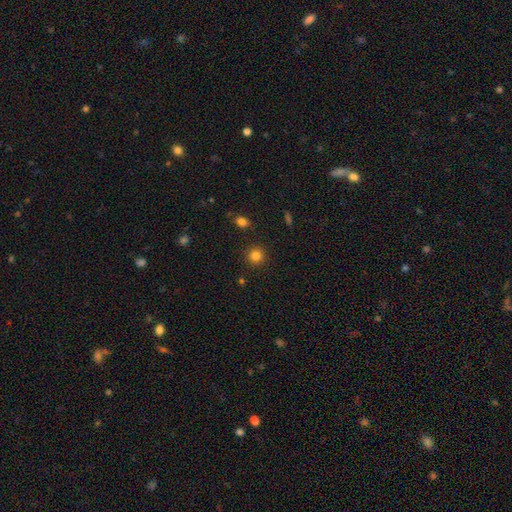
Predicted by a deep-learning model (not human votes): Overall: smooth (83%). How rounded: round (92%). Merging: none (90%).